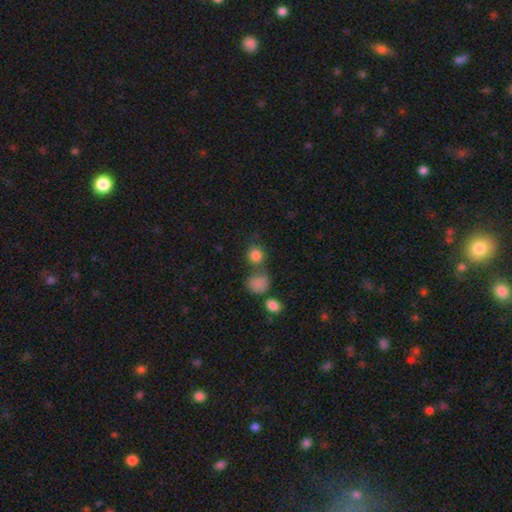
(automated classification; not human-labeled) A smooth galaxy with no disk features (83%) that is round (82%). Merging: none (62%).